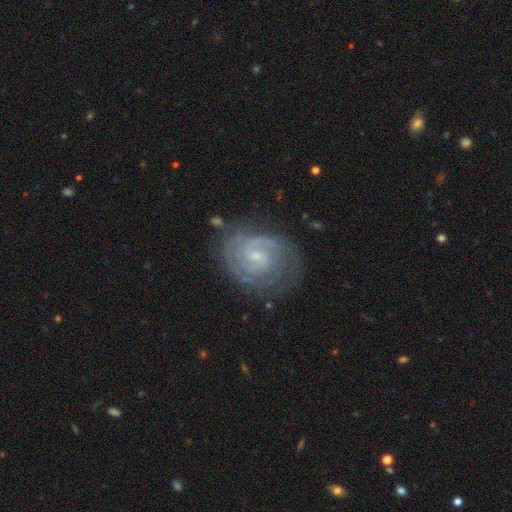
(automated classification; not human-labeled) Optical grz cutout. It shows a featured or disk galaxy (85%) with a weak bar (53%), 2 (55%) tight (64%) spiral arms (96%) and a small central bulge (69%). Merging: none (71%).